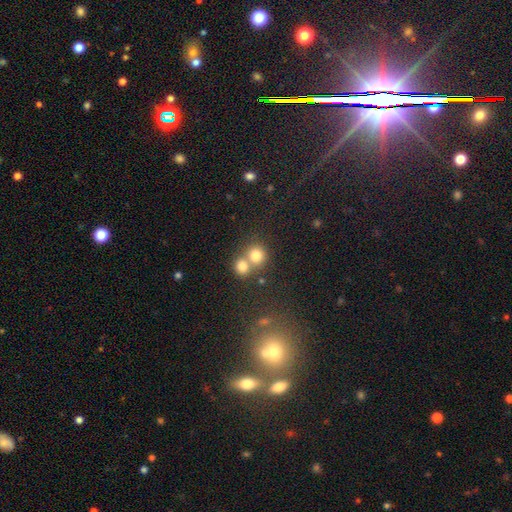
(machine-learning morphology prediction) Smooth or featured? Predicted: smooth (p=0.77). How rounded? Predicted: round (p=0.84). Merging? Predicted: merger (p=0.51).